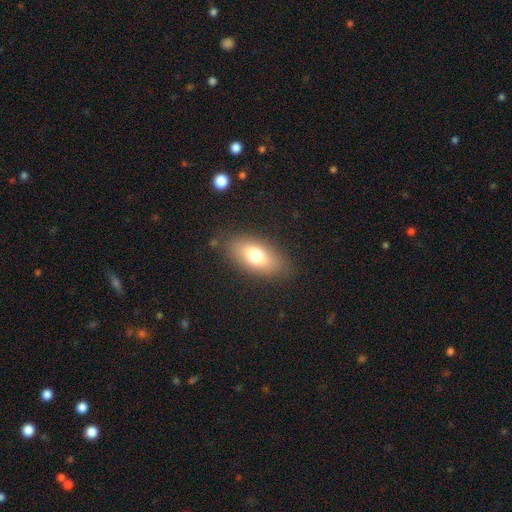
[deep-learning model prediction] This is likely a smooth galaxy (72%). How rounded: clearly in between (88%). Merging: clearly none (83%).